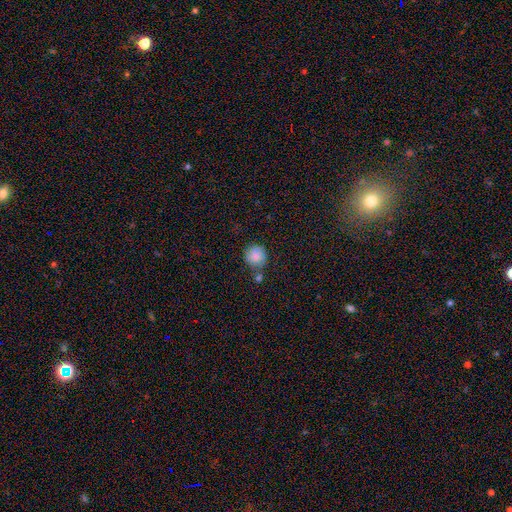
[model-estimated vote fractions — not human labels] smooth 86%, star or artifact 8%, featured or disk 6%. Down the decision tree: how rounded — round (91%); merging — none (65%).